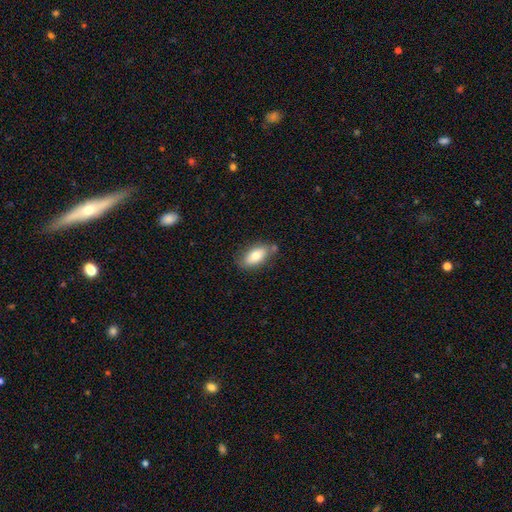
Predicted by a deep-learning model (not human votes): This is likely a smooth galaxy (78%). How rounded: clearly in between (88%). Merging: likely none (69%).